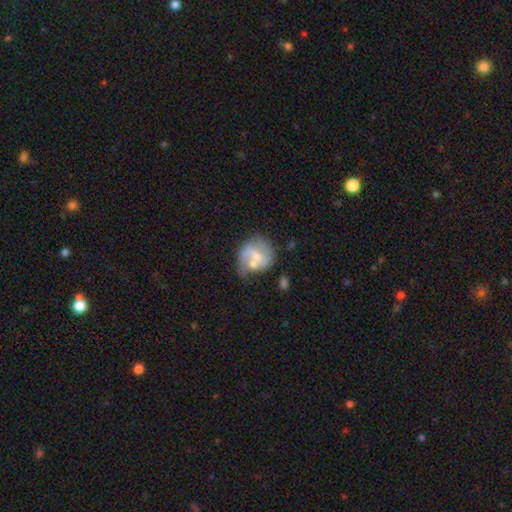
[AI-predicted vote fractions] A featured or disk galaxy (55%) with no bar (50%), spiral arms (61%) and a moderate central bulge (43%).

Vote fractions:
- Smooth or featured? featured or disk: 55% / smooth: 38% / star or artifact: 7%
- Edge-on disk? no: 98% / yes: 2%
- Bar? no: 50% / weak: 38% / strong: 11%
- Spiral arms? yes: 61% / no: 39%
- Bulge size? moderate: 43% / small: 39% / none: 12% / large: 4% / dominant: 1%
- Merging? none: 37% / merger: 26% / minor disturbance: 22% / major disturbance: 15%